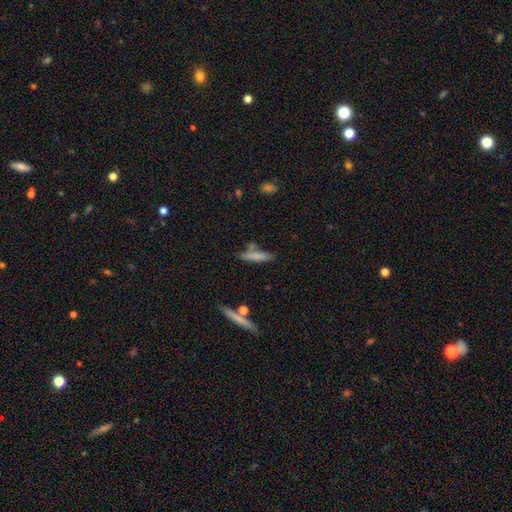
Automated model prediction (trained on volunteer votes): Morphology: type=smooth (74%); roundness=cigar-shaped (74%); merging=none (59%).